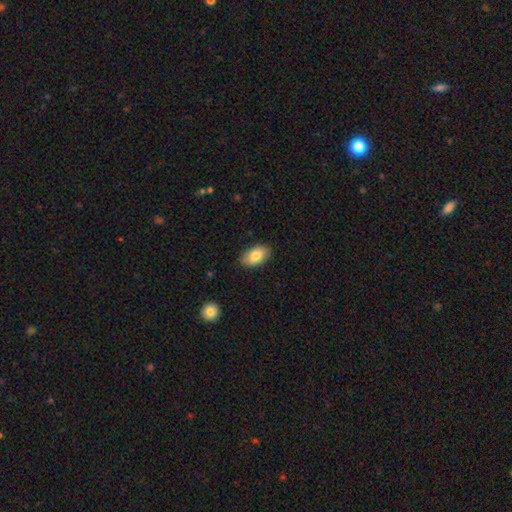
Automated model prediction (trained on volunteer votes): smooth-or-featured: smooth: 82% | featured or disk: 12% | star or artifact: 7%
  how-rounded: in between: 94% | round: 5% | cigar-shaped: 2%
  merging: none: 86% | minor disturbance: 10% | major disturbance: 2% | merger: 1%